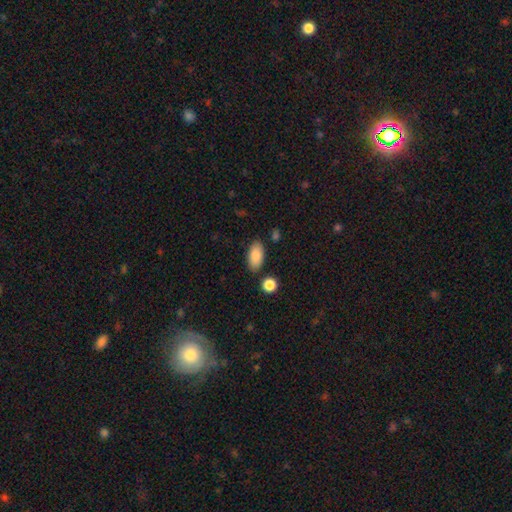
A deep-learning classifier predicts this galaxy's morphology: A smooth galaxy with no disk features (88%) that is in between round and cigar-shaped (93%). Merging: none (84%).